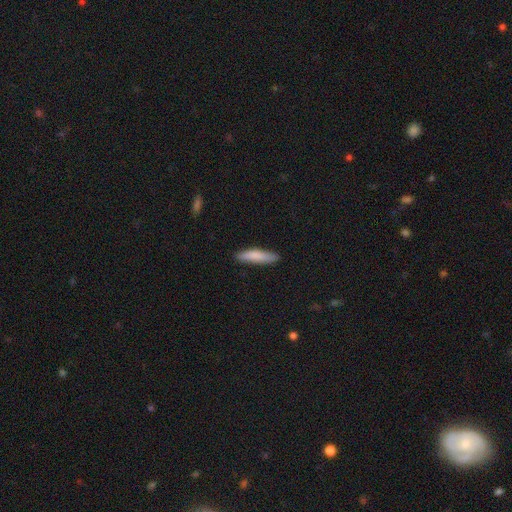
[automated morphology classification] Overall: smooth (83%). How rounded: cigar-shaped (82%). Merging: none (86%).